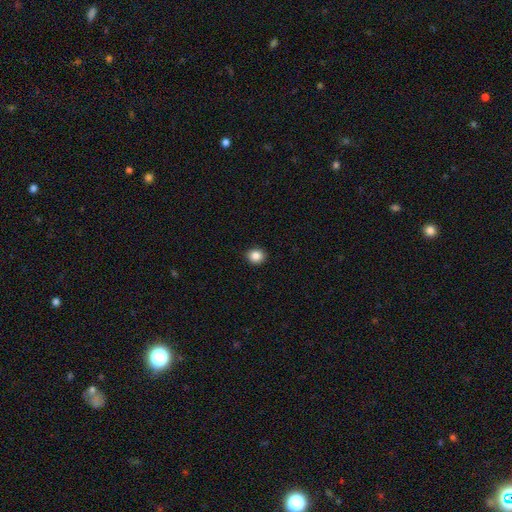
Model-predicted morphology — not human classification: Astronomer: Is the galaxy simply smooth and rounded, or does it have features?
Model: smooth — 86%.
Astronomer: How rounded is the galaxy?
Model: round — 80%.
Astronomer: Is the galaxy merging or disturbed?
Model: none — 91%.